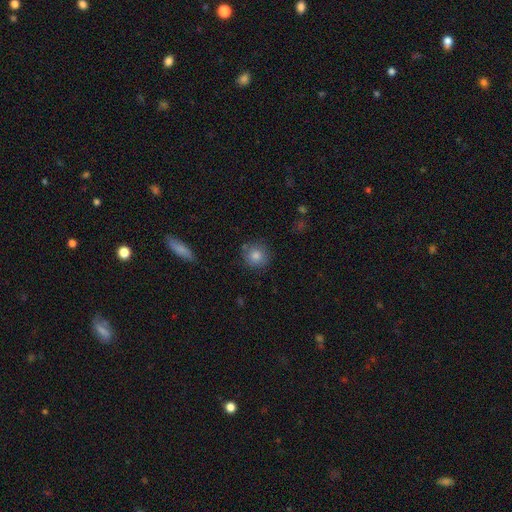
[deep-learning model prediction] Overall: smooth (80%). How rounded: round (93%). Merging: none (85%).